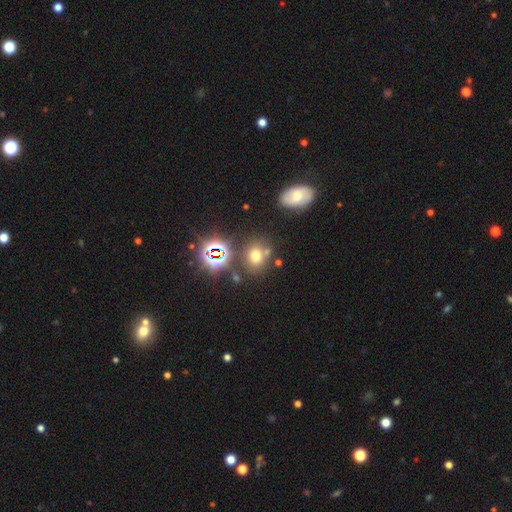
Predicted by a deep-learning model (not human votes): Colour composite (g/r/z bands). It shows a smooth galaxy with no disk features (63%) that is round (60%). Merging: none (68%).